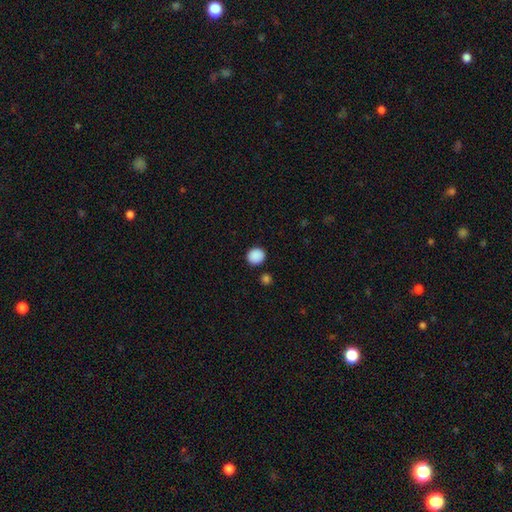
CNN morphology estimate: Smooth or featured? smooth (89%)
How rounded? round (85%)
Merging? none (88%)